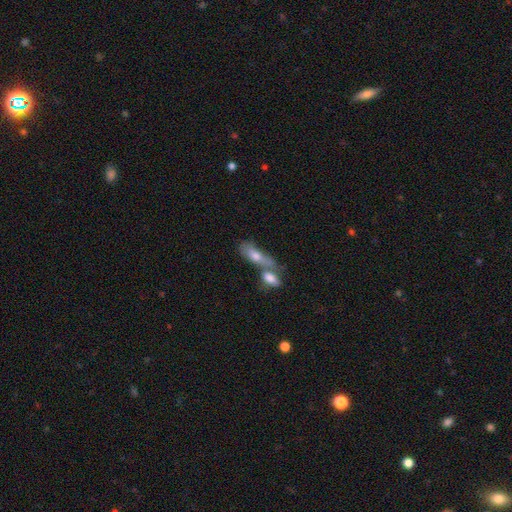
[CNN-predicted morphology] This appears to be a smooth galaxy with no disk features (62%) that is in between round and cigar-shaped (65%). Merging: merger (60%).